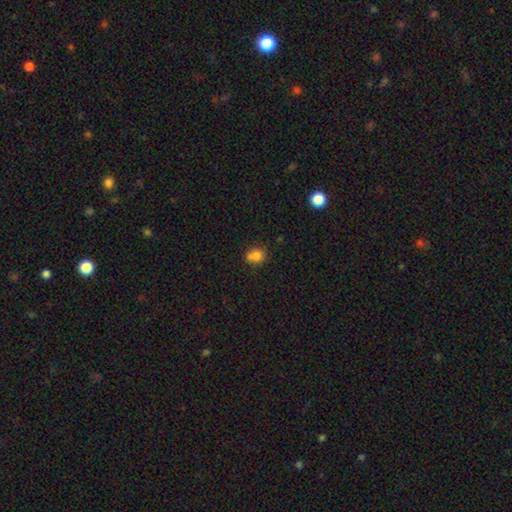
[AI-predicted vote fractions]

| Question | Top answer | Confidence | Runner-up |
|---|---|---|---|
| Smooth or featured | smooth | 76% | featured or disk (12%) |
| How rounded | round | 58% | in between (40%) |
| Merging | none | 48% | merger (29%) |